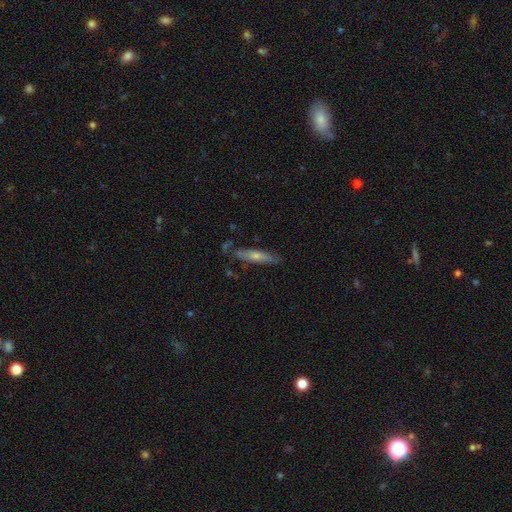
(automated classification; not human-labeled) Smooth or featured: featured or disk — 49% (smooth — 42%)
Merging: none — 77% (minor disturbance — 16%)